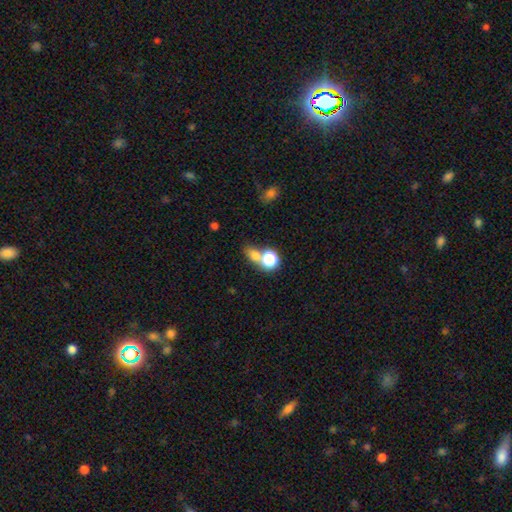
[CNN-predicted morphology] smooth 69%, star or artifact 21%, featured or disk 10%. Down the decision tree: how rounded — round (54%); merging — none (46%).